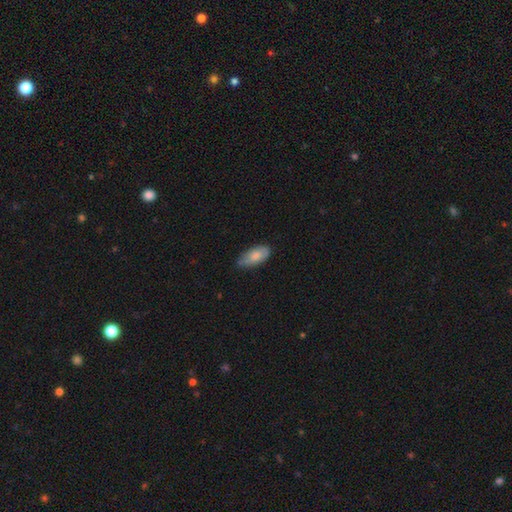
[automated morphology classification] type=smooth (77%); roundness=in between (91%); merging=none (64%).